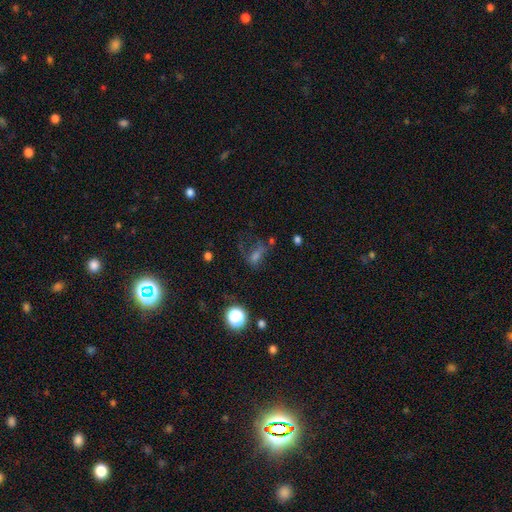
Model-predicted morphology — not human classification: The model was most divided on "smooth or featured": smooth: 37%, star or artifact: 34%, featured or disk: 29%. Remaining: merging — none (40%).